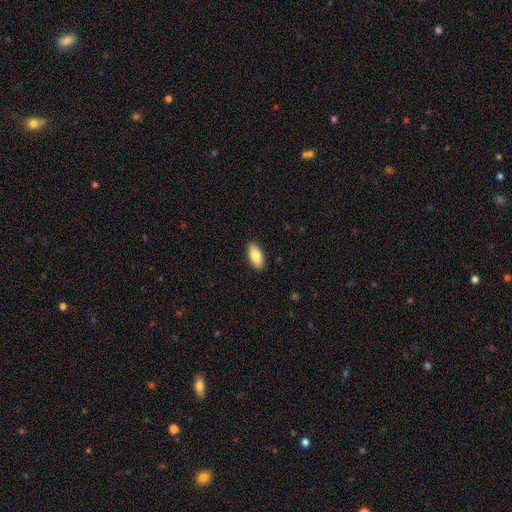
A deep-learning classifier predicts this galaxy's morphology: A smooth galaxy with no disk features (82%) that is in between round and cigar-shaped (90%).

Vote fractions:
- Smooth or featured? smooth: 82% / featured or disk: 12% / star or artifact: 6%
- How rounded? in between: 90% / cigar-shaped: 7% / round: 3%
- Merging? none: 90% / minor disturbance: 7% / major disturbance: 2% / merger: 1%